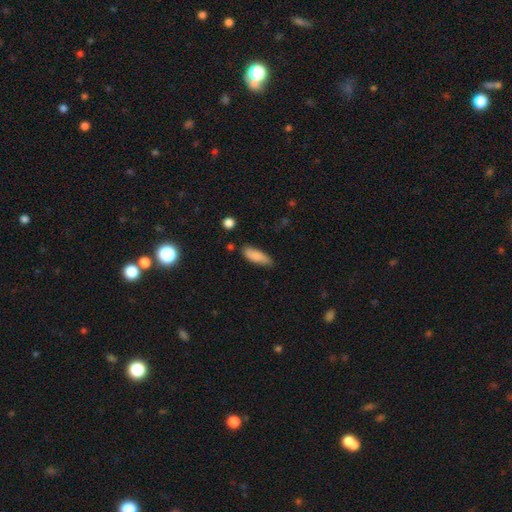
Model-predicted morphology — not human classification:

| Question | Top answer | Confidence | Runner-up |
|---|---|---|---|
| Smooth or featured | smooth | 83% | featured or disk (10%) |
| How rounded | in between | 63% | cigar-shaped (35%) |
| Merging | none | 73% | minor disturbance (21%) |